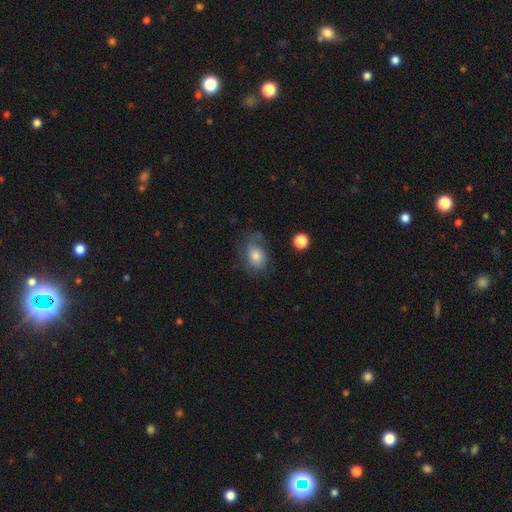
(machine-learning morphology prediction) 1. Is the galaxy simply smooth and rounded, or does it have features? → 65% smooth, 25% featured or disk, 10% star or artifact.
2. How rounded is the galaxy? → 68% in between, 31% round, 1% cigar-shaped.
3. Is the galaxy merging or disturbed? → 55% none, 27% minor disturbance, 15% major disturbance, 3% merger.